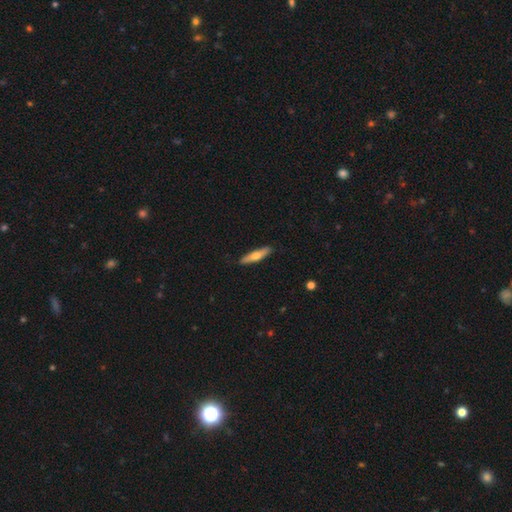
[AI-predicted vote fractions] Smooth or featured? smooth (52%)
How rounded? cigar-shaped (83%)
Merging? none (90%)